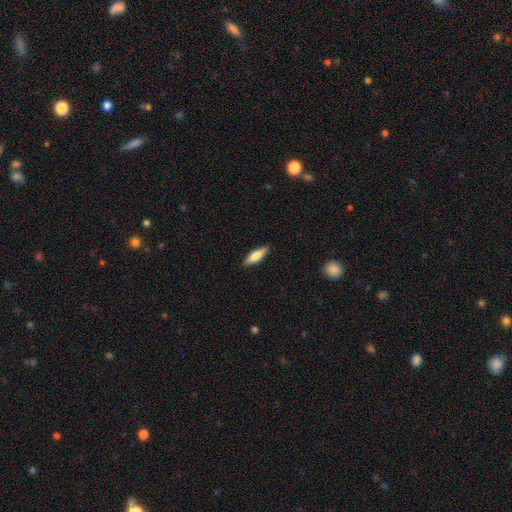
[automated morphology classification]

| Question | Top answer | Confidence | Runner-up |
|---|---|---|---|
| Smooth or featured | smooth | 69% | featured or disk (25%) |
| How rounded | cigar-shaped | 51% | in between (47%) |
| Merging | none | 88% | minor disturbance (9%) |